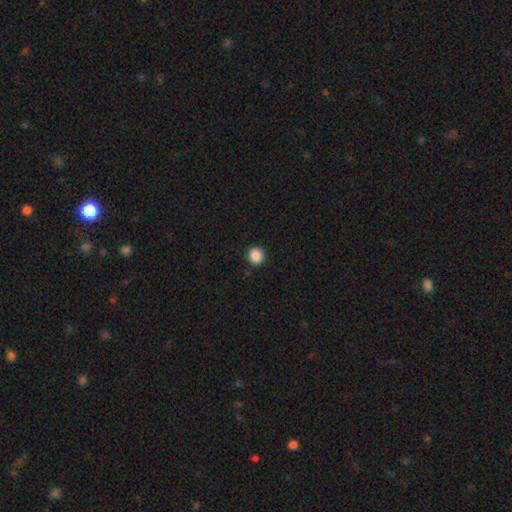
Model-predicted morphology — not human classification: This appears to be a smooth galaxy with no disk features (87%) that is round (94%). Merging: none (92%).